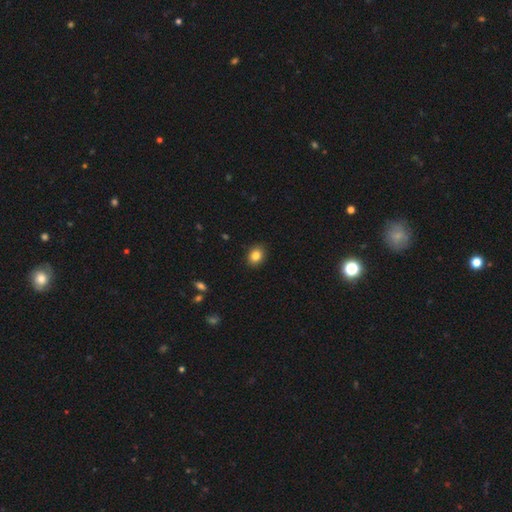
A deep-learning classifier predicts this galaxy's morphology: A smooth galaxy with no disk features (84%) that is round (52%).

Vote fractions:
- Smooth or featured? smooth: 84% / star or artifact: 10% / featured or disk: 6%
- How rounded? round: 52% / in between: 47% / cigar-shaped: 1%
- Merging? none: 90% / minor disturbance: 7% / major disturbance: 2% / merger: 1%